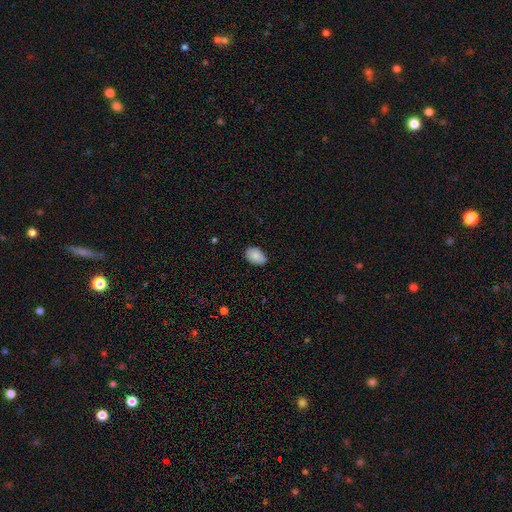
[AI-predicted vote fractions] Smooth or featured? Predicted: smooth (p=0.87). How rounded? Predicted: in between (p=0.89). Merging? Predicted: none (p=0.78).